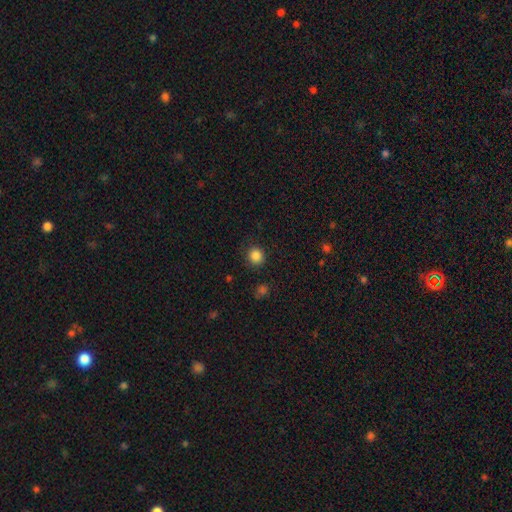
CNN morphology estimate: Smooth or featured? Predicted: smooth (p=0.86). How rounded? Predicted: round (p=0.89). Merging? Predicted: none (p=0.88).